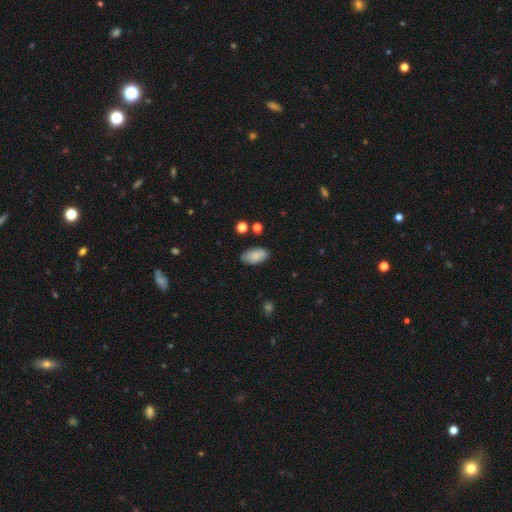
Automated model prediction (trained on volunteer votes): A smooth galaxy with no disk features (85%) that is in between round and cigar-shaped (94%).

Vote fractions:
- Smooth or featured? smooth: 85% / featured or disk: 8% / star or artifact: 7%
- How rounded? in between: 94% / round: 4% / cigar-shaped: 2%
- Merging? none: 80% / minor disturbance: 15% / major disturbance: 3% / merger: 2%